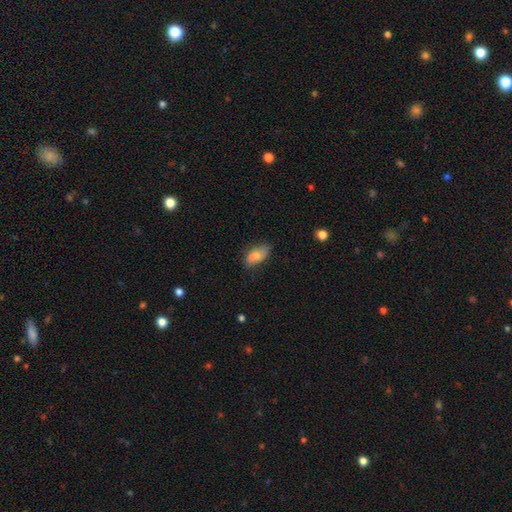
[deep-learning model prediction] The model was most divided on "merging": none: 56%, minor disturbance: 25%, merger: 12%, major disturbance: 7%. More confident: how rounded — in between (90%); smooth or featured — smooth (73%).